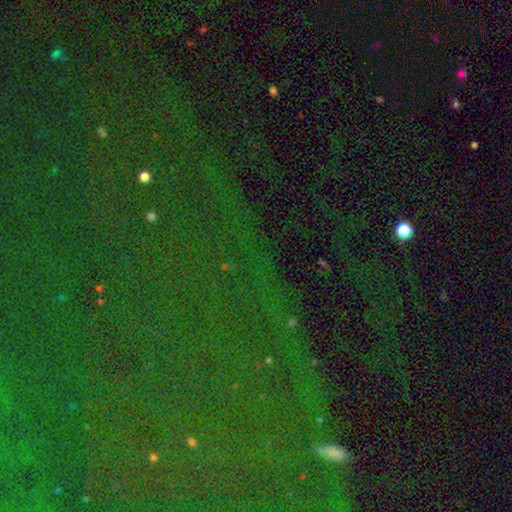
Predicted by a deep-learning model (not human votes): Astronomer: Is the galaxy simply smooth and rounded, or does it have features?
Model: star or artifact — 84%.